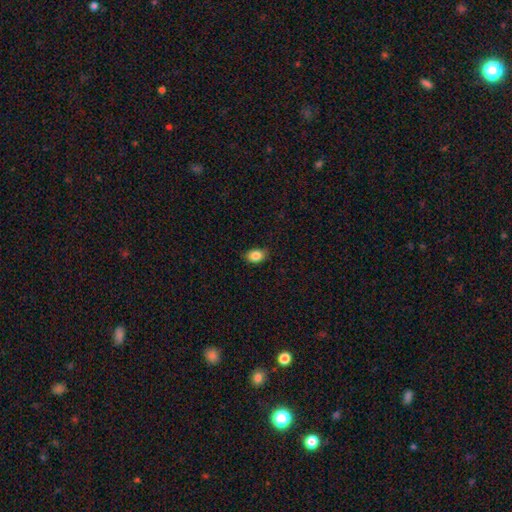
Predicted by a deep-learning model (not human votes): Smooth or featured: smooth — 86% (star or artifact — 9%)
How rounded: in between — 79% (round — 20%)
Merging: none — 80% (minor disturbance — 16%)